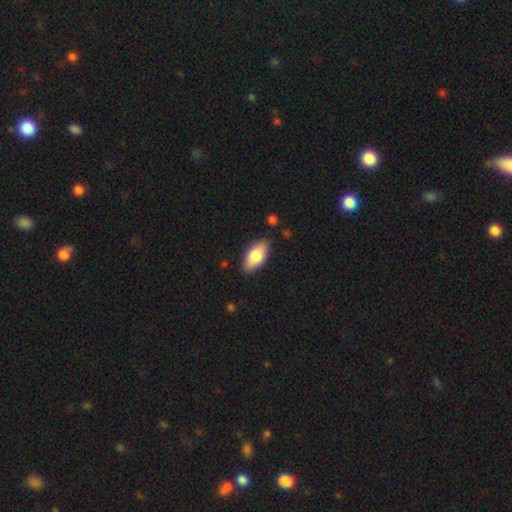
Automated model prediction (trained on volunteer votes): The model was most divided on "smooth or featured": smooth: 79%, featured or disk: 14%, star or artifact: 6%. More confident: how rounded — in between (90%); merging — none (85%).